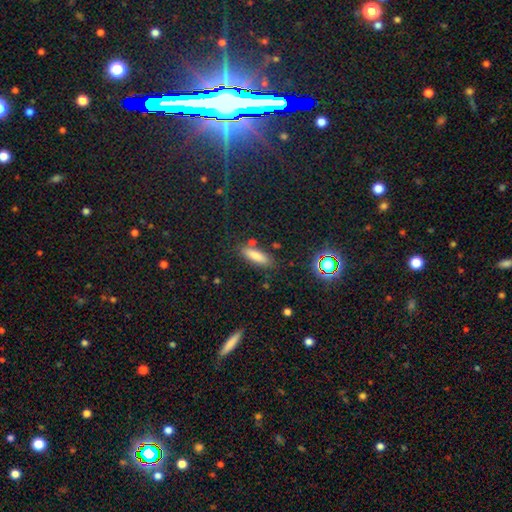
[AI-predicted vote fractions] The model was most divided on "how rounded": in between: 50%, cigar-shaped: 47%, round: 3%. More confident: smooth or featured — smooth (78%); merging — none (78%).